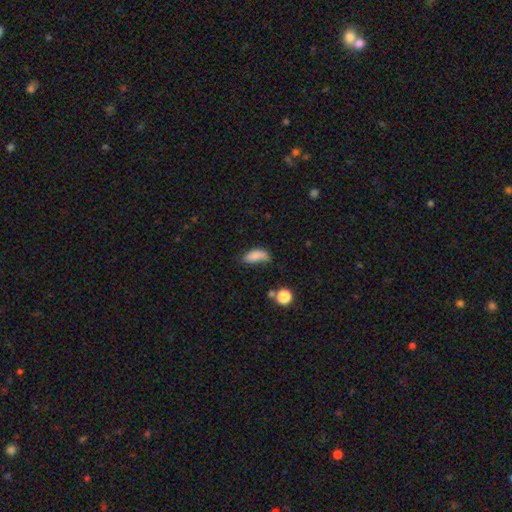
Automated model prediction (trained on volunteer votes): Q: Smooth or featured?
A: smooth (79%); runner-up: featured or disk (10%)
Q: How rounded?
A: in between (80%); runner-up: cigar-shaped (15%)
Q: Merging?
A: none (41%); runner-up: minor disturbance (32%)